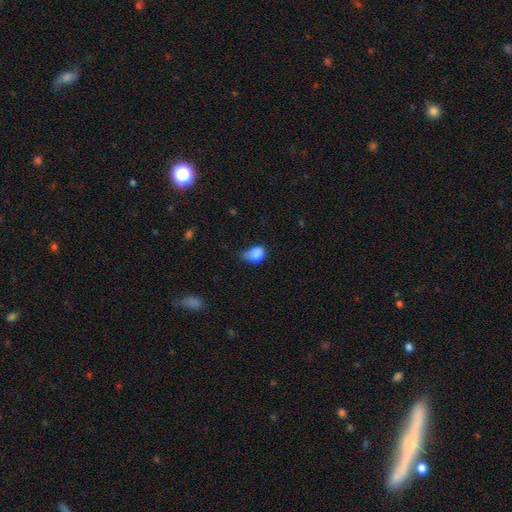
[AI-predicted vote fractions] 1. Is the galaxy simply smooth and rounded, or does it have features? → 84% smooth, 9% star or artifact, 7% featured or disk.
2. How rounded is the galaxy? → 63% in between, 36% round, 1% cigar-shaped.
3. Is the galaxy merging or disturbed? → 48% minor disturbance, 29% none, 19% major disturbance, 4% merger.